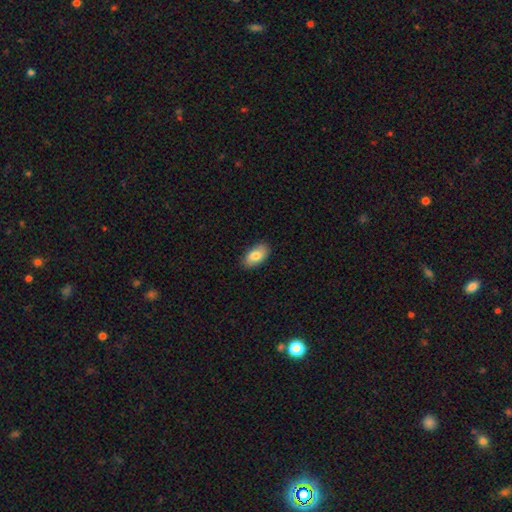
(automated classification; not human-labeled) This appears to be a smooth galaxy with no disk features (79%) that is in between round and cigar-shaped (94%). Merging: none (86%).